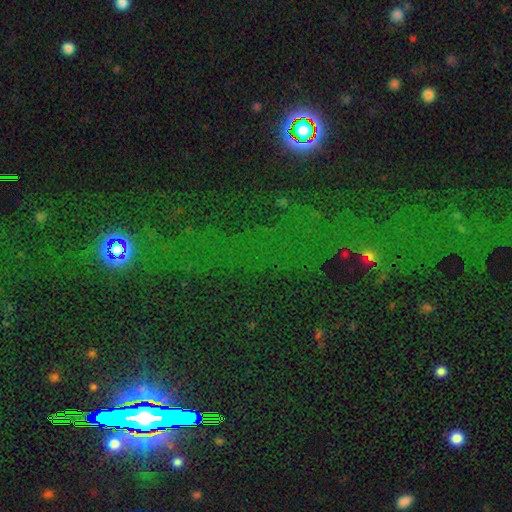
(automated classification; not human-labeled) The model was most divided on "smooth or featured": star or artifact: 73%, smooth: 15%, featured or disk: 11%.